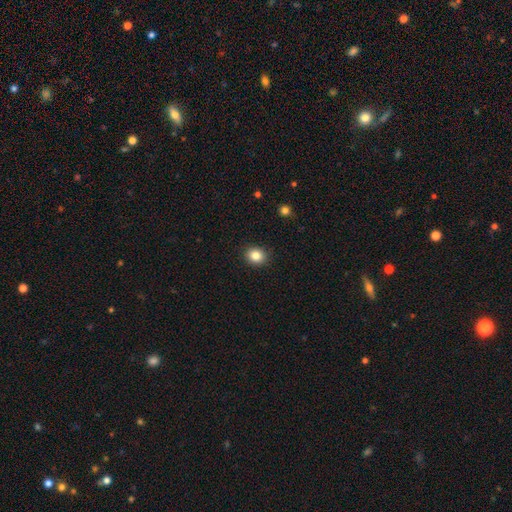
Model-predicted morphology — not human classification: Smooth or featured: smooth — 85% (star or artifact — 10%)
How rounded: round — 71% (in between — 28%)
Merging: none — 91% (minor disturbance — 7%)